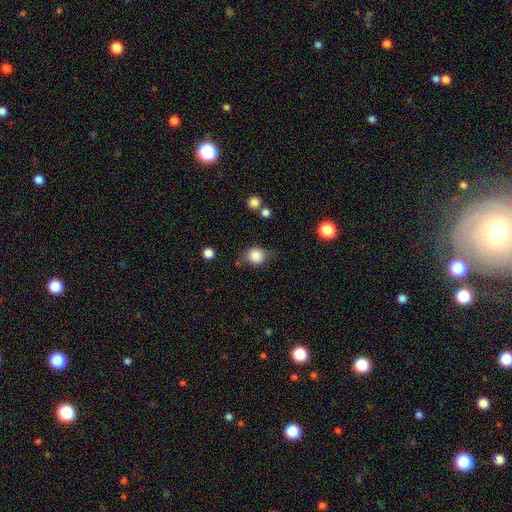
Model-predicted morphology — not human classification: smooth-or-featured: smooth: 84% | star or artifact: 9% | featured or disk: 7%
  how-rounded: round: 76% | in between: 23% | cigar-shaped: 1%
  merging: none: 66% | minor disturbance: 23% | major disturbance: 7% | merger: 4%